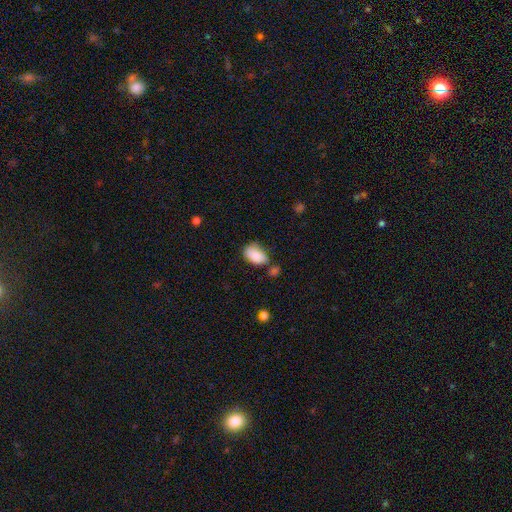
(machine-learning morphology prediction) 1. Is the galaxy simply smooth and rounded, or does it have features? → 85% smooth, 8% featured or disk, 7% star or artifact.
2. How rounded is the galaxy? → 90% in between, 8% round, 1% cigar-shaped.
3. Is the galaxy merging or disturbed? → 53% none, 28% minor disturbance, 12% merger, 7% major disturbance.